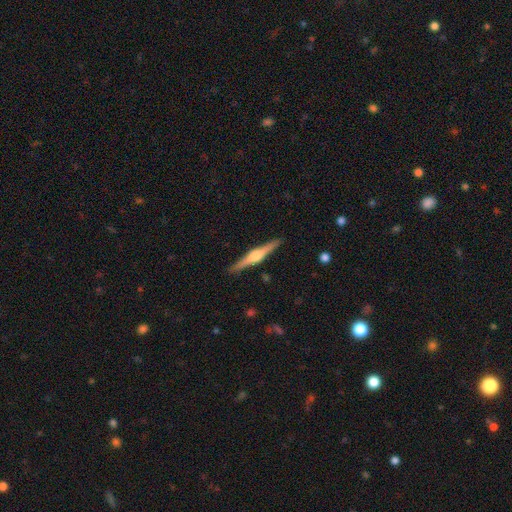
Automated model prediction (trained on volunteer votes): The model was most divided on "smooth or featured": featured or disk: 77%, smooth: 17%, star or artifact: 5%. More confident: edge-on disk — yes (98%); merging — none (91%); edge-on bulge — rounded (87%).